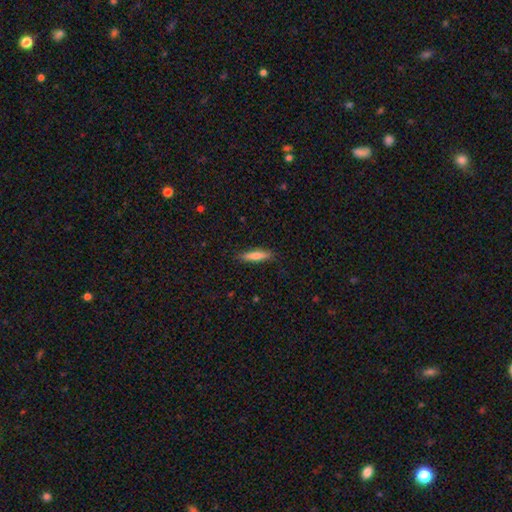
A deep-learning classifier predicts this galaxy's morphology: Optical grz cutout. It shows a smooth galaxy with no disk features (75%) that is cigar-shaped (81%). Merging: none (89%).